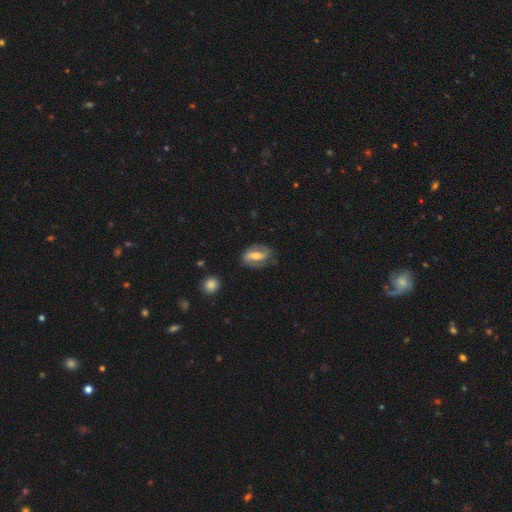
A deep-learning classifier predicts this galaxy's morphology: smooth_or_featured: featured or disk (p=0.66) [alt: smooth p=0.28]
disk_edge_on: no (p=0.91) [alt: yes p=0.09]
bar: strong (p=0.56) [alt: weak p=0.29]
has_spiral_arms: yes (p=0.79) [alt: no p=0.21]
bulge_size: moderate (p=0.63) [alt: small p=0.27]
merging: none (p=0.77) [alt: minor disturbance p=0.16]